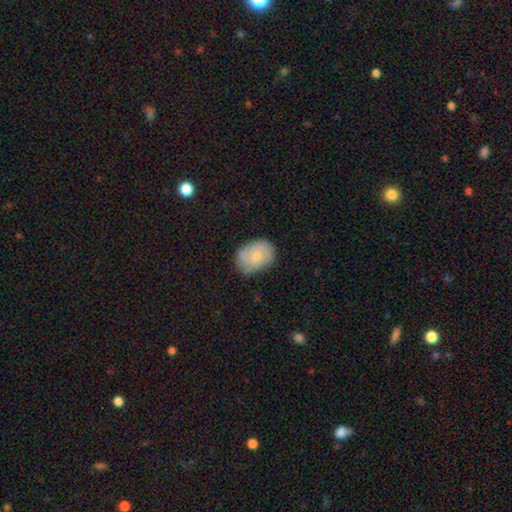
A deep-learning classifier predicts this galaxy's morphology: Overall: smooth (67%). How rounded: in between (71%). Merging: none (75%).